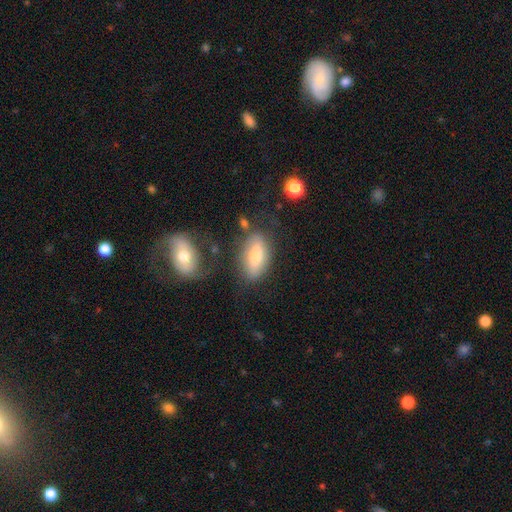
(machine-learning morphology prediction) Smooth or featured? smooth (72%)
How rounded? in between (84%)
Merging? none (70%)